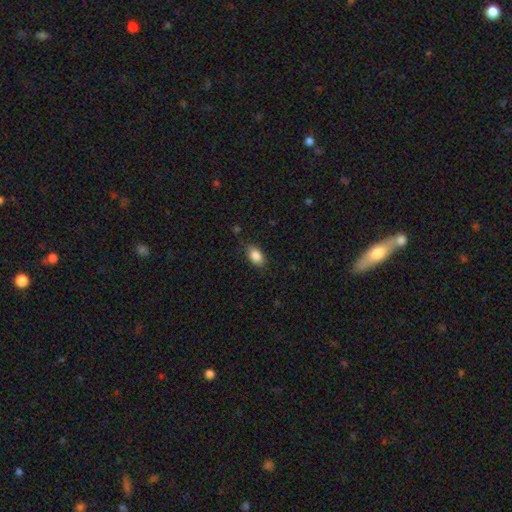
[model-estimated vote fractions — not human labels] Morphology: type=smooth (86%); roundness=in between (87%); merging=none (80%).